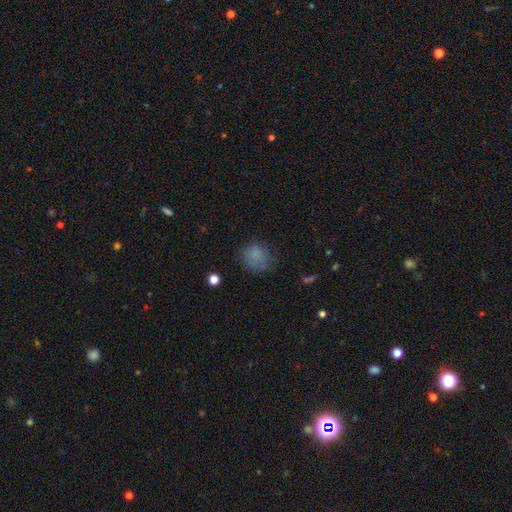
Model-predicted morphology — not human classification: Smooth or featured?
  - smooth: 79% *
  - star or artifact: 14%
  - featured or disk: 7%
How rounded?
  - round: 84% *
  - in between: 15%
  - cigar-shaped: 1%
Merging?
  - none: 71% *
  - minor disturbance: 19%
  - major disturbance: 8%
  - merger: 2%